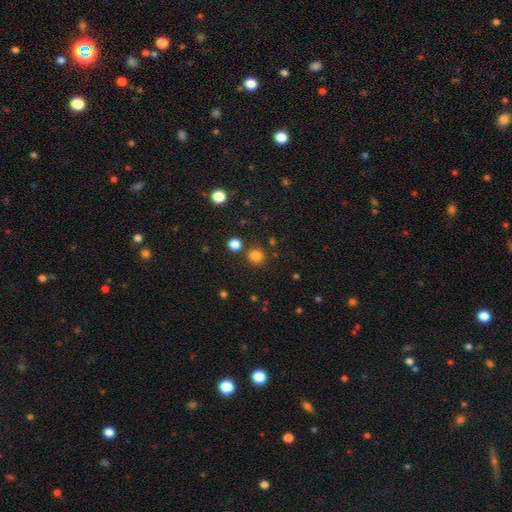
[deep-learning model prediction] Smooth or featured? Predicted: smooth (p=0.81). How rounded? Predicted: round (p=0.88). Merging? Predicted: none (p=0.82).